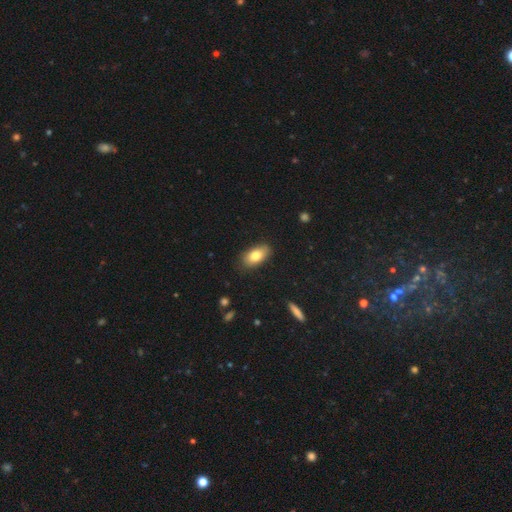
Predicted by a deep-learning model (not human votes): Overall: smooth (80%). How rounded: in between (91%). Merging: none (84%).